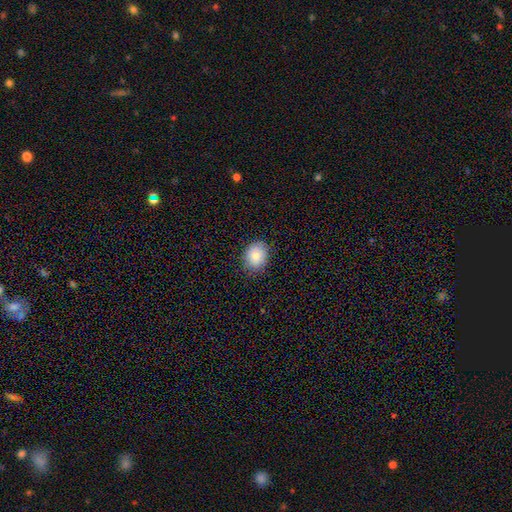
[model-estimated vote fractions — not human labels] smooth-or-featured: smooth: 82% | featured or disk: 10% | star or artifact: 9%
  how-rounded: round: 52% | in between: 48% | cigar-shaped: 1%
  merging: none: 85% | minor disturbance: 11% | major disturbance: 2% | merger: 1%